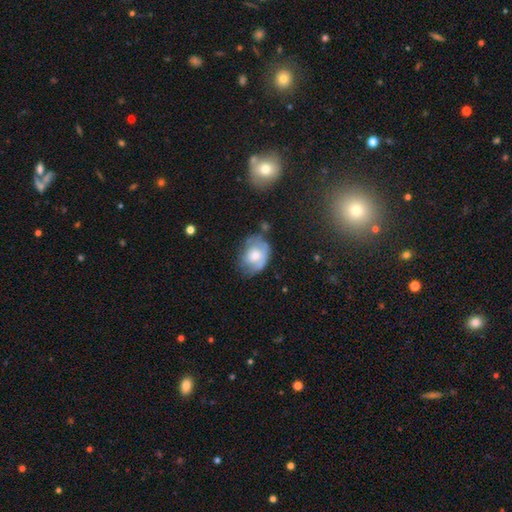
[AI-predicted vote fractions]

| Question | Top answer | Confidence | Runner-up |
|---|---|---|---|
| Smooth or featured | smooth | 52% | featured or disk (40%) |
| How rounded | in between | 64% | round (35%) |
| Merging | none | 47% | minor disturbance (33%) |